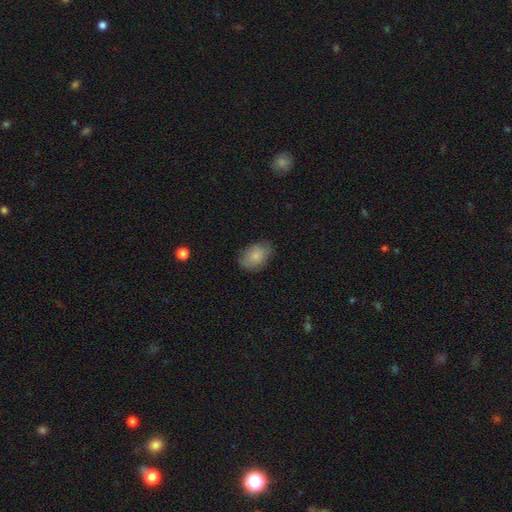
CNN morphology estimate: smooth_or_featured: smooth (p=0.82) [alt: featured or disk p=0.11]
how_rounded: in between (p=0.82) [alt: round p=0.17]
merging: none (p=0.76) [alt: minor disturbance p=0.18]